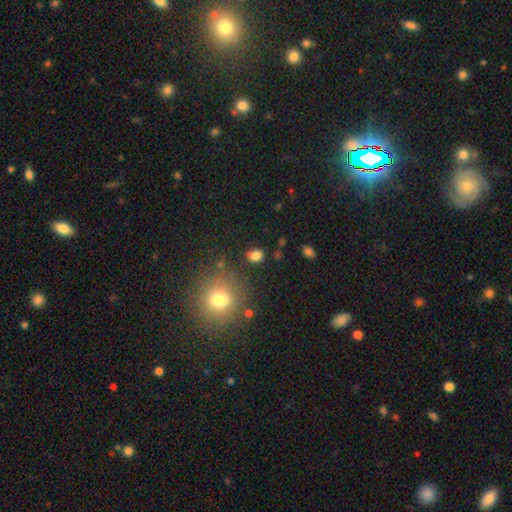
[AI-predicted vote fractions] This appears to be a smooth galaxy with no disk features (81%) that is in between round and cigar-shaped (61%). Merging: none (79%).